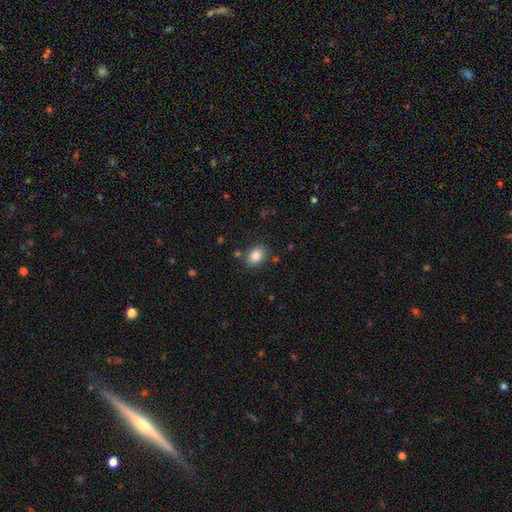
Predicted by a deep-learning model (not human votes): This is clearly a smooth galaxy (85%). How rounded: likely in between (70%). Merging: clearly none (82%).